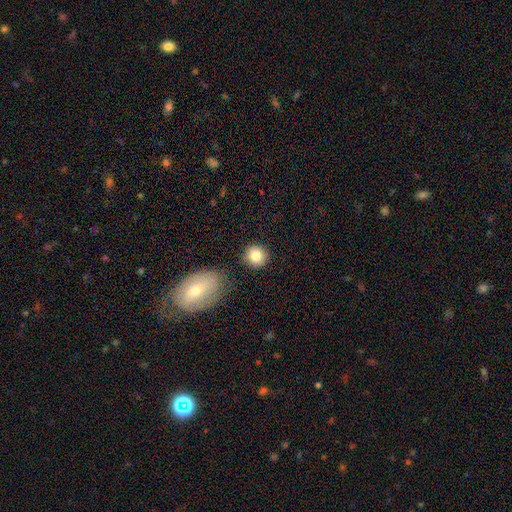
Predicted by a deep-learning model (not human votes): This is clearly a smooth galaxy (83%). How rounded: clearly round (90%). Merging: clearly none (85%).